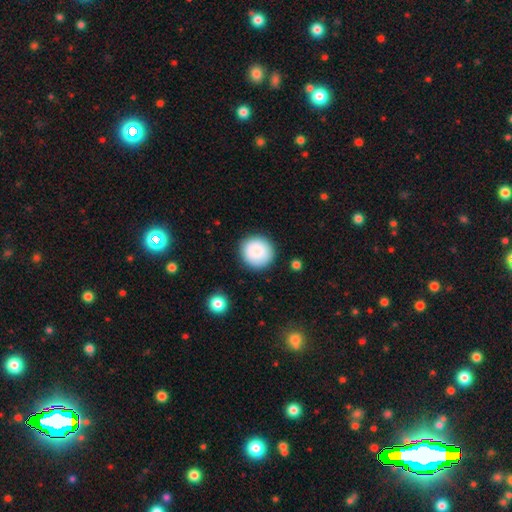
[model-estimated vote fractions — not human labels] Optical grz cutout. It shows a smooth galaxy with no disk features (88%) that is round (94%). Merging: none (89%).